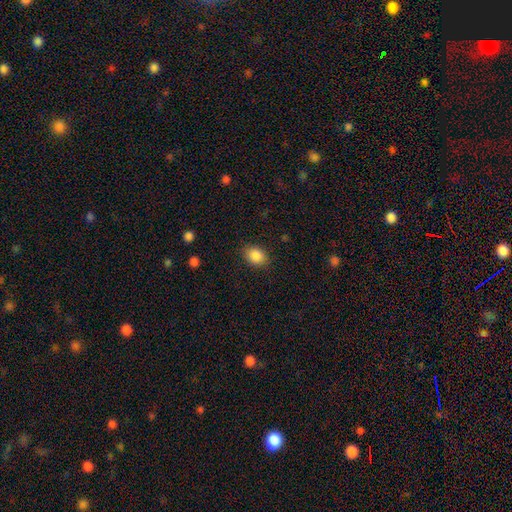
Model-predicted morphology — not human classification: Q: Smooth or featured?
A: smooth (87%); runner-up: star or artifact (9%)
Q: How rounded?
A: in between (60%); runner-up: round (39%)
Q: Merging?
A: none (86%); runner-up: minor disturbance (10%)